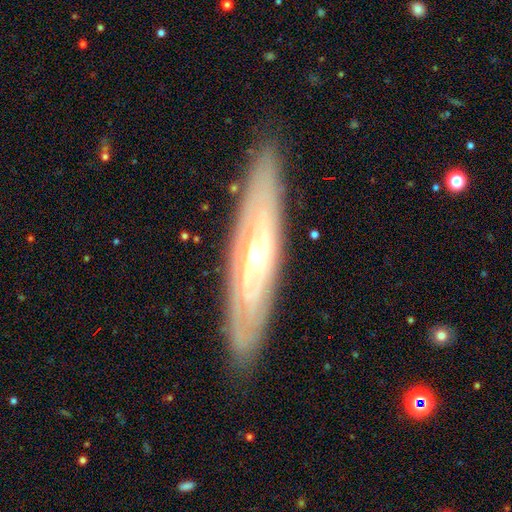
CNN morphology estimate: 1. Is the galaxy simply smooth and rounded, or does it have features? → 77% featured or disk, 17% smooth, 6% star or artifact.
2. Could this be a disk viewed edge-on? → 54% no, 46% yes.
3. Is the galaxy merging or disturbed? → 87% none, 10% minor disturbance, 2% major disturbance, 1% merger.